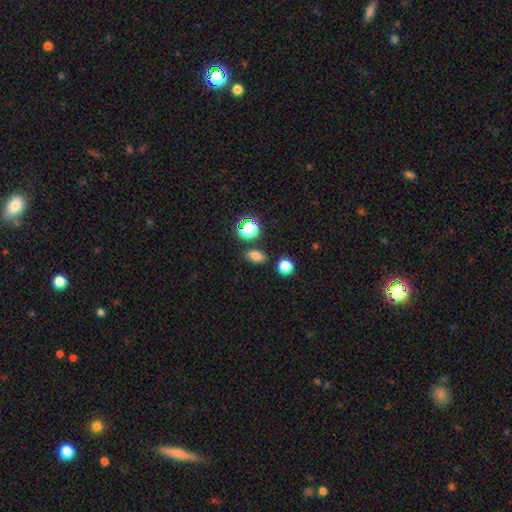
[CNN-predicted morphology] Smooth or featured? smooth (75%)
How rounded? in between (78%)
Merging? none (83%)